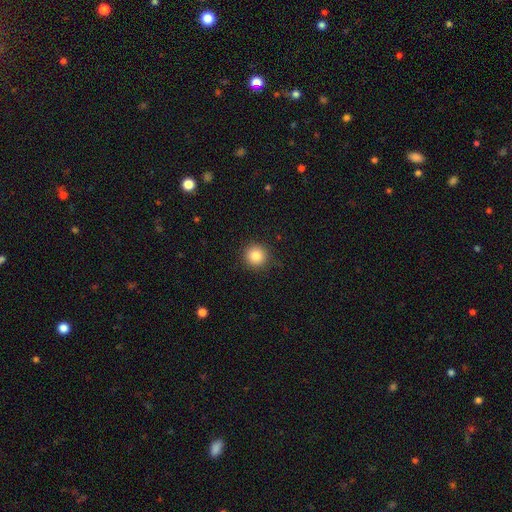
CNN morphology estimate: Overall: smooth (85%). How rounded: round (94%). Merging: none (90%).